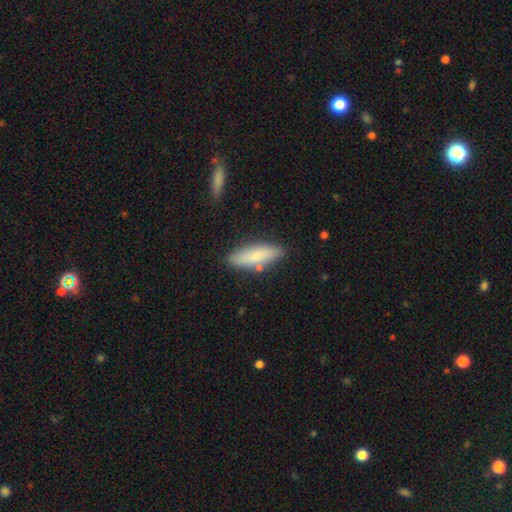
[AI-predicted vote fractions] Smooth or featured? smooth (77%)
How rounded? cigar-shaped (55%)
Merging? none (80%)